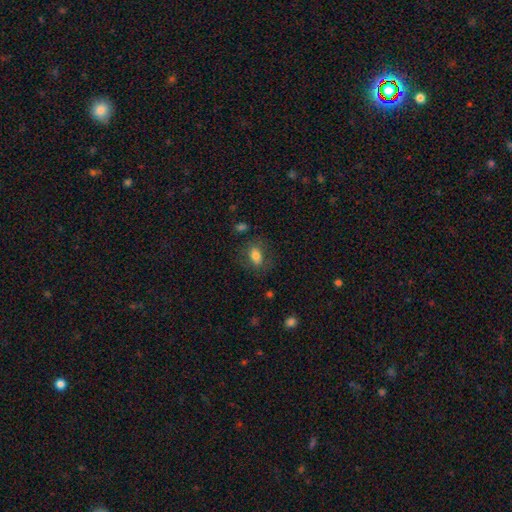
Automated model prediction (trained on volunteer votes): smooth 74%, featured or disk 16%, star or artifact 10%. Down the decision tree: how rounded — in between (80%); merging — none (72%).